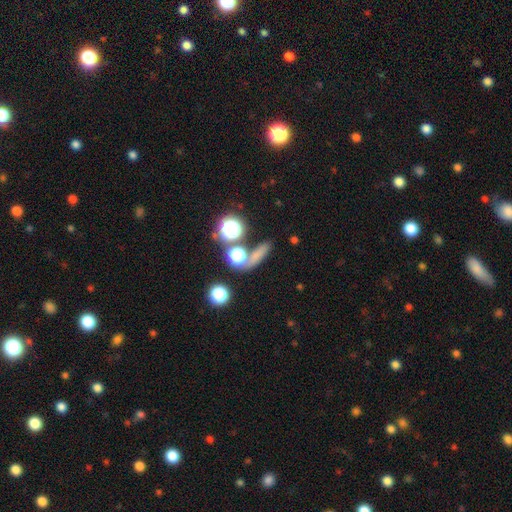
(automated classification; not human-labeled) smooth_or_featured: smooth (p=0.63) [alt: star or artifact p=0.25]
how_rounded: round (p=0.36) [tied with: cigar-shaped p=0.36]
merging: none (p=0.66) [alt: merger p=0.16]